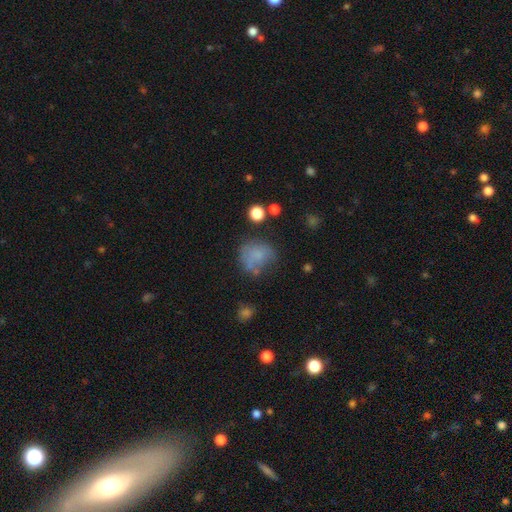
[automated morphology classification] smooth_or_featured: smooth (p=0.62) [alt: featured or disk p=0.22]
how_rounded: round (p=0.68) [alt: in between p=0.31]
merging: none (p=0.45) [alt: minor disturbance p=0.25]